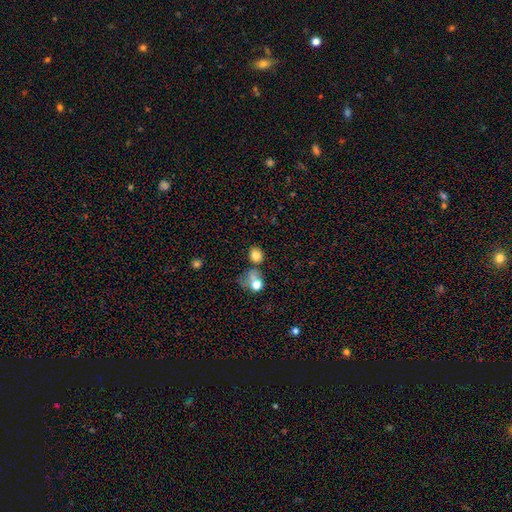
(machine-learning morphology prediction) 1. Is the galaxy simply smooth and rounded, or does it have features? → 79% smooth, 12% star or artifact, 9% featured or disk.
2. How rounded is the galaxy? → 62% round, 37% in between, 1% cigar-shaped.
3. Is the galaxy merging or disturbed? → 58% none, 20% merger, 14% minor disturbance, 8% major disturbance.